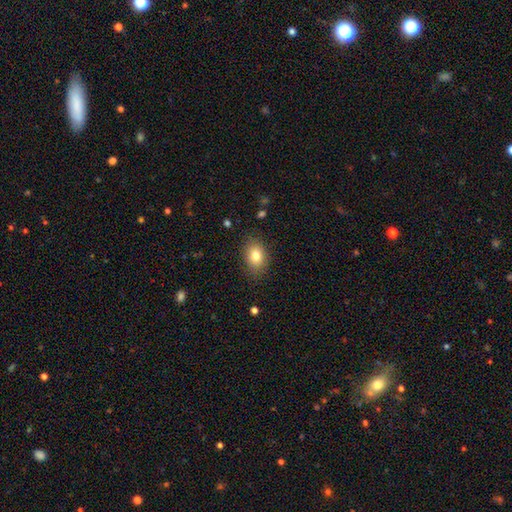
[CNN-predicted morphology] smooth-or-featured: smooth: 81% | featured or disk: 10% | star or artifact: 9%
  how-rounded: in between: 73% | round: 26% | cigar-shaped: 1%
  merging: none: 84% | minor disturbance: 11% | major disturbance: 3% | merger: 1%